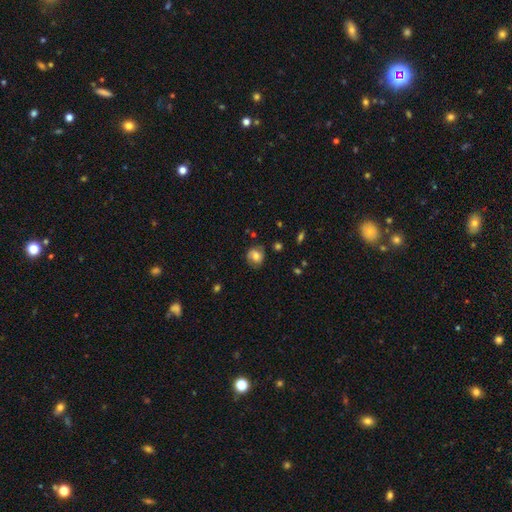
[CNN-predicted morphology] A smooth galaxy with no disk features (54%) that is round (71%).

Vote fractions:
- Smooth or featured? smooth: 54% / featured or disk: 36% / star or artifact: 10%
- How rounded? round: 71% / in between: 28% / cigar-shaped: 1%
- Merging? none: 74% / minor disturbance: 18% / major disturbance: 6% / merger: 2%